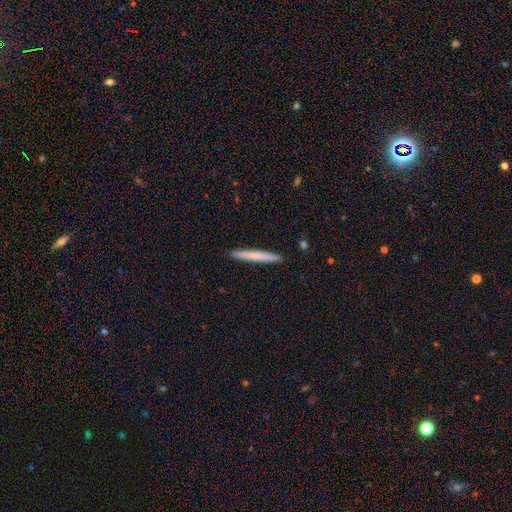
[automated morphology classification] This is likely a smooth galaxy (69%). How rounded: clearly cigar-shaped (97%). Merging: clearly none (92%).